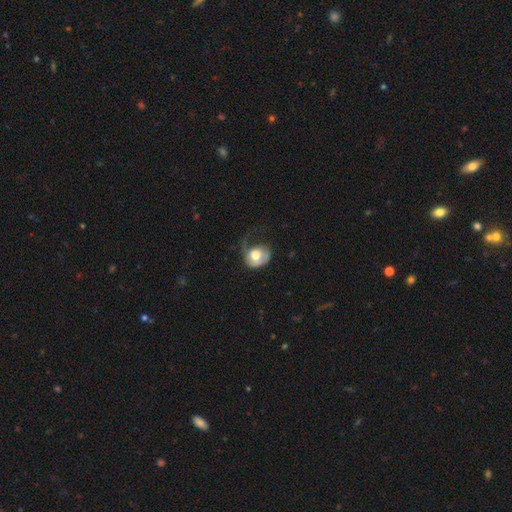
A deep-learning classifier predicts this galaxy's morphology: Q: Smooth or featured?
A: smooth (57%); runner-up: featured or disk (36%)
Q: How rounded?
A: round (63%); runner-up: in between (36%)
Q: Merging?
A: major disturbance (46%); runner-up: minor disturbance (26%)